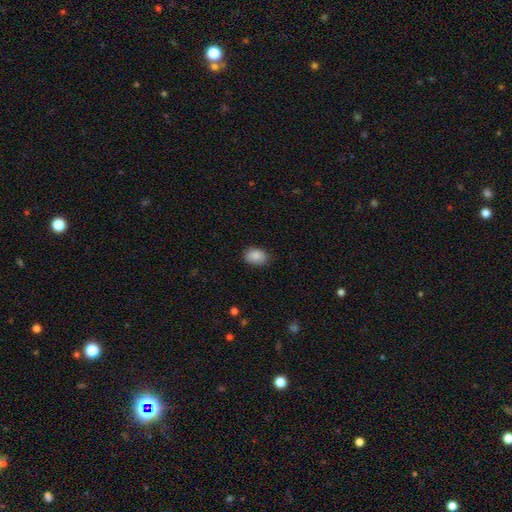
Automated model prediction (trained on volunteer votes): smooth_or_featured: smooth (p=0.88) [alt: star or artifact p=0.07]
how_rounded: in between (p=0.79) [alt: round p=0.20]
merging: none (p=0.81) [alt: minor disturbance p=0.15]